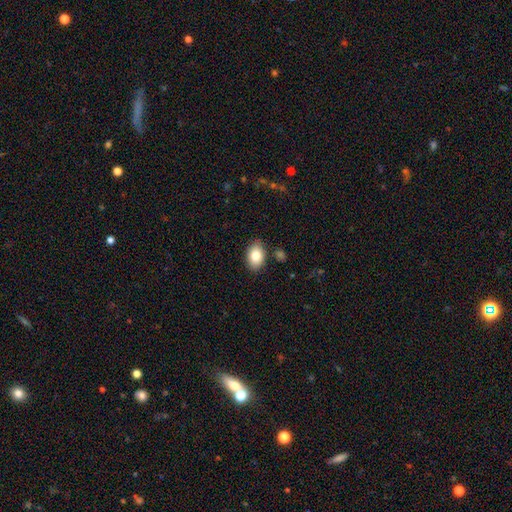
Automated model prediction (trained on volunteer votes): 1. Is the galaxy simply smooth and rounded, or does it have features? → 83% smooth, 10% featured or disk, 7% star or artifact.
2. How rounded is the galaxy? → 87% in between, 12% round, 1% cigar-shaped.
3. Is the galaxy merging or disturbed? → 84% none, 11% minor disturbance, 3% merger, 2% major disturbance.